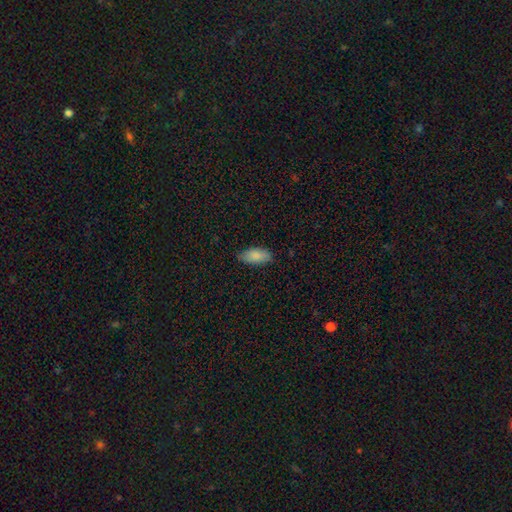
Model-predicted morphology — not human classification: A smooth galaxy with no disk features (88%) that is in between round and cigar-shaped (89%).

Vote fractions:
- Smooth or featured? smooth: 88% / featured or disk: 6% / star or artifact: 6%
- How rounded? in between: 89% / cigar-shaped: 9% / round: 2%
- Merging? none: 82% / minor disturbance: 14% / major disturbance: 3% / merger: 1%